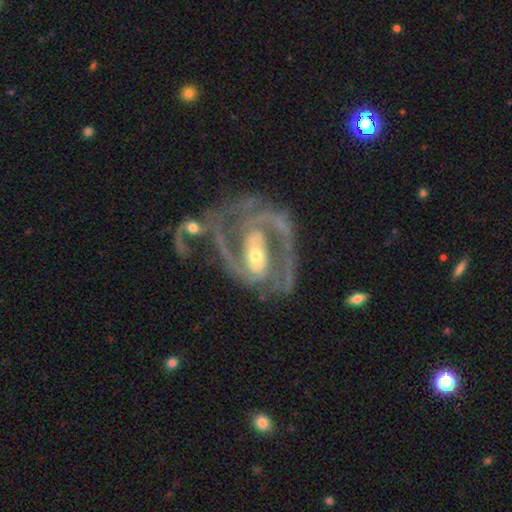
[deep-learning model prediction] featured or disk 91%, smooth 5%, star or artifact 5%. Down the decision tree: edge-on disk — no (97%); bar — weak (36%, tied with strong); spiral arms — yes (94%); spiral arm count — 2 (69%); spiral winding — medium (48%); bulge size — moderate (47%, tied with small); merging — none (40%).